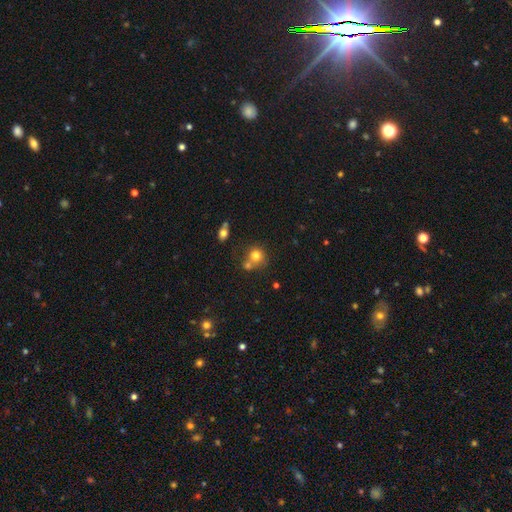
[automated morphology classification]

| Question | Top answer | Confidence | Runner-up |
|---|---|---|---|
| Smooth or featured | smooth | 76% | star or artifact (13%) |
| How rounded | round | 85% | in between (14%) |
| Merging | none | 53% | merger (32%) |